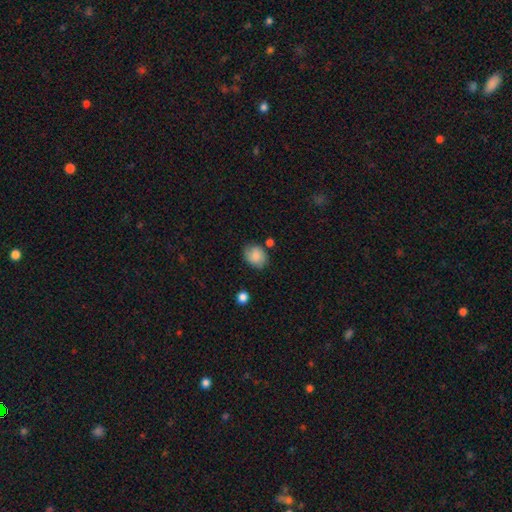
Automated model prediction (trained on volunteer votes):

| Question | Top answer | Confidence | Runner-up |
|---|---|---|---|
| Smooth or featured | smooth | 73% | featured or disk (18%) |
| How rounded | in between | 51% | round (48%) |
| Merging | none | 67% | minor disturbance (23%) |